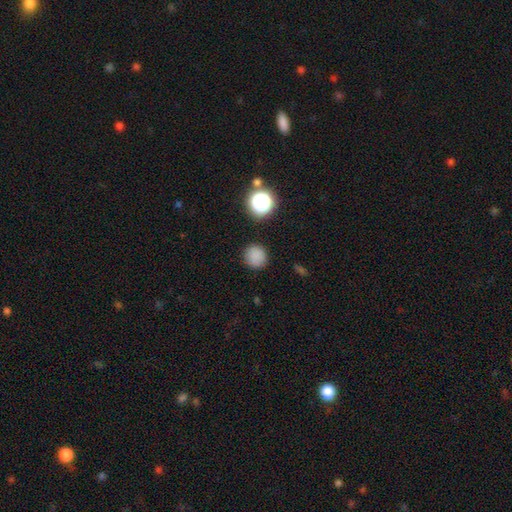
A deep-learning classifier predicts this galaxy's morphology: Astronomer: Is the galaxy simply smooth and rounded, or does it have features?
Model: smooth — 81%.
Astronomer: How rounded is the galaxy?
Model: round — 91%.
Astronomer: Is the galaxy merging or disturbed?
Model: none — 85%.